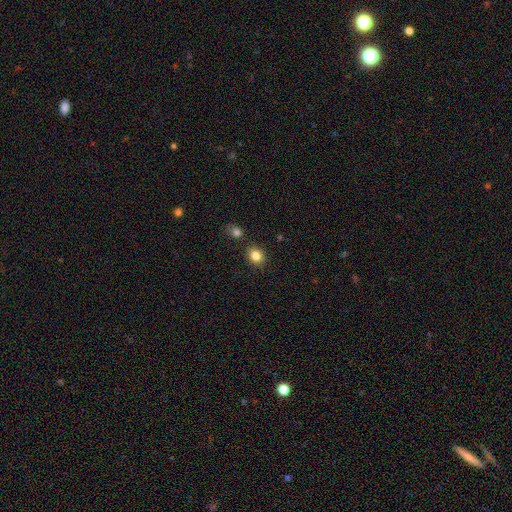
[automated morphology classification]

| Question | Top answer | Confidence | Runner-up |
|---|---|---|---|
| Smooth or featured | smooth | 84% | star or artifact (11%) |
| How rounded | round | 68% | in between (31%) |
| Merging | none | 81% | minor disturbance (9%) |